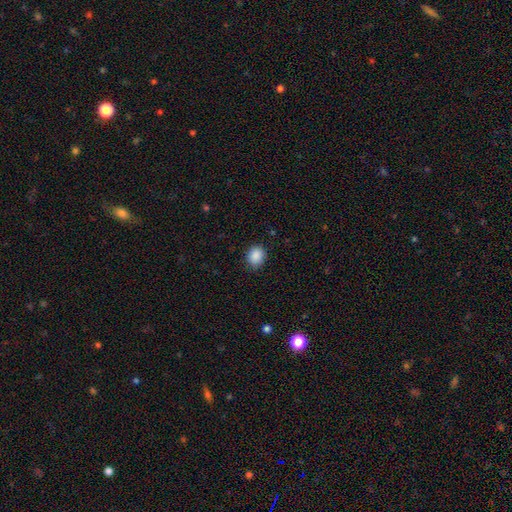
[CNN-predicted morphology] smooth-or-featured: smooth: 88% | star or artifact: 9% | featured or disk: 3%
  how-rounded: round: 66% | in between: 33% | cigar-shaped: 1%
  merging: none: 84% | minor disturbance: 12% | major disturbance: 3% | merger: 1%